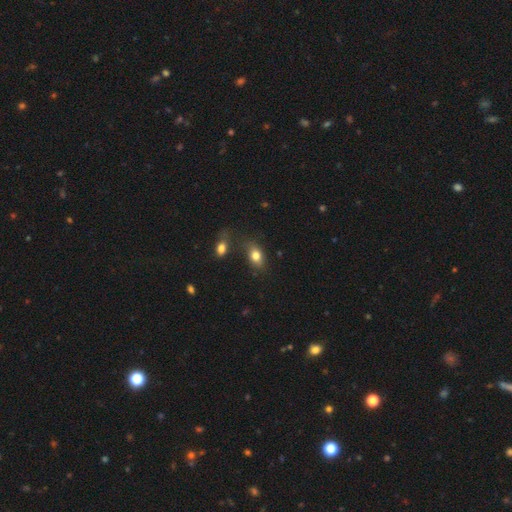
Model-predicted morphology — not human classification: Q: Smooth or featured?
A: smooth (80%); runner-up: featured or disk (11%)
Q: How rounded?
A: in between (82%); runner-up: round (15%)
Q: Merging?
A: none (68%); runner-up: minor disturbance (17%)